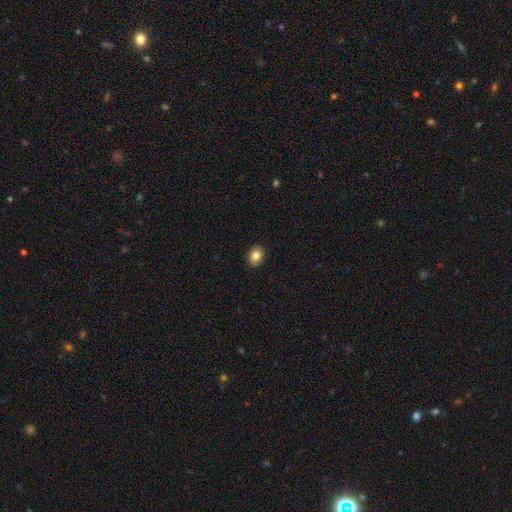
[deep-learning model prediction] smooth_or_featured: smooth (p=0.84) [alt: star or artifact p=0.09]
how_rounded: in between (p=0.62) [alt: round p=0.37]
merging: none (p=0.91) [alt: minor disturbance p=0.07]